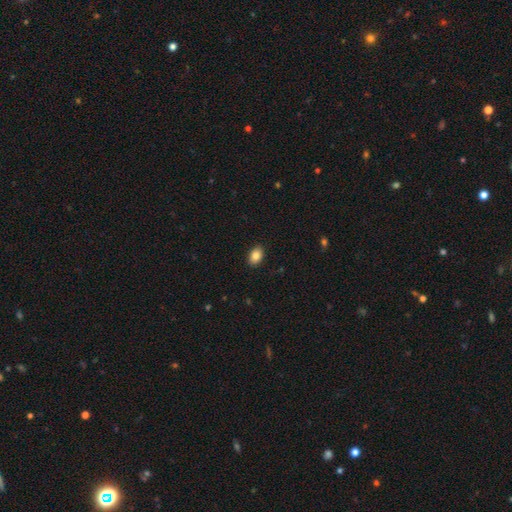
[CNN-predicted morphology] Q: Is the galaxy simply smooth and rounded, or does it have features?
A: smooth — 85%.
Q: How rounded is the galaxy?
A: in between — 86%.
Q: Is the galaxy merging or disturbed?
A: none — 90%.